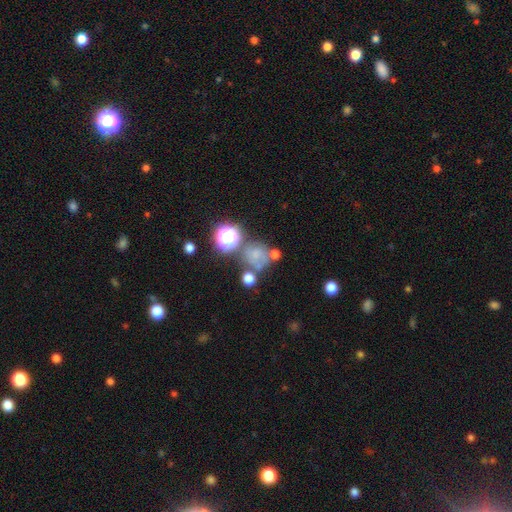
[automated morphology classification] smooth-or-featured: smooth: 52% | featured or disk: 24% | star or artifact: 24%
  how-rounded: round: 74% | in between: 24% | cigar-shaped: 1%
  merging: none: 43% | merger: 24% | minor disturbance: 18% | major disturbance: 15%